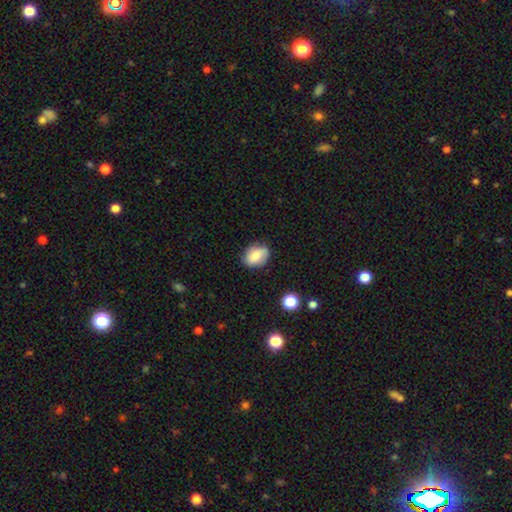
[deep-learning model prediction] Smooth or featured? smooth (73%)
How rounded? in between (70%)
Merging? none (74%)